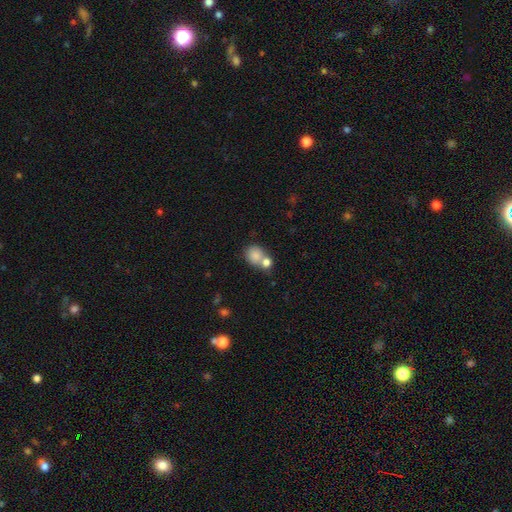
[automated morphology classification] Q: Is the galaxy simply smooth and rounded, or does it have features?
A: smooth — 81%.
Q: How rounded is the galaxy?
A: round — 73%.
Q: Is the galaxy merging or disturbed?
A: merger — 46%.